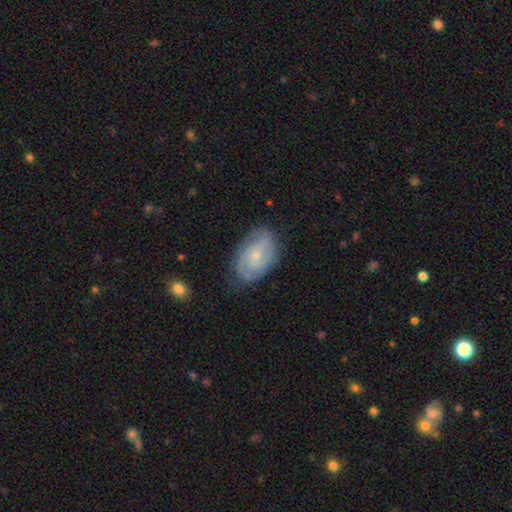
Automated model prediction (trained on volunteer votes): Morphology: type=featured or disk (69%); edge-on=no (96%); bar=no (61%); spiral arms=yes (90%); winding=tight (52%); arm count=2 (46%); bulge=small (68%); merging=none (71%).